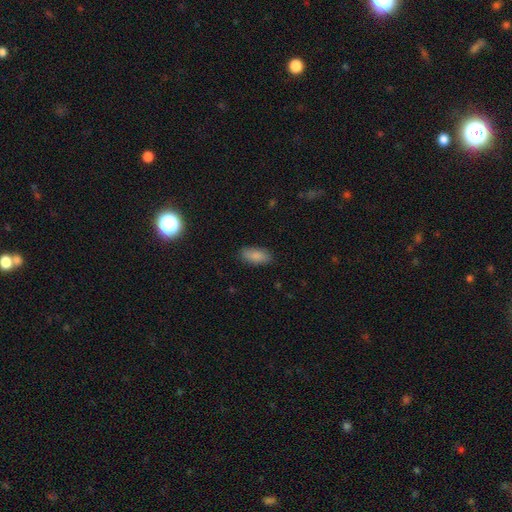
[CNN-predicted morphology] Q: Smooth or featured?
A: smooth (87%); runner-up: star or artifact (7%)
Q: How rounded?
A: in between (89%); runner-up: cigar-shaped (9%)
Q: Merging?
A: none (86%); runner-up: minor disturbance (11%)